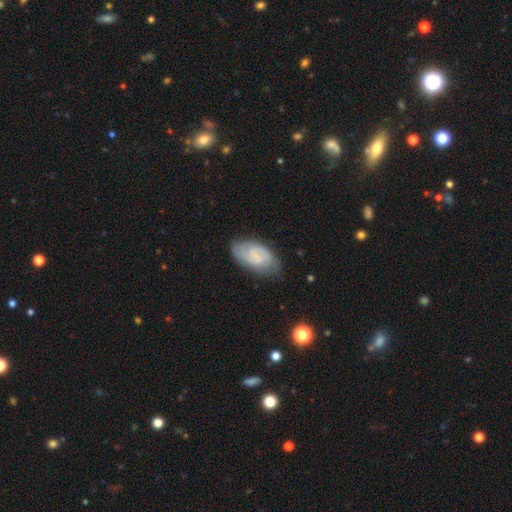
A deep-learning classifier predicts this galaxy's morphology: This is likely a featured or disk galaxy (67%). It is clearly not viewed edge-on (97%). Bar: possibly no (49%). Spiral arm pattern: clearly yes (93%). Spiral arm count: likely 2 (72%). Spiral winding: possibly tight (45%). Central bulge: possibly small (46%). Merging: likely none (73%).